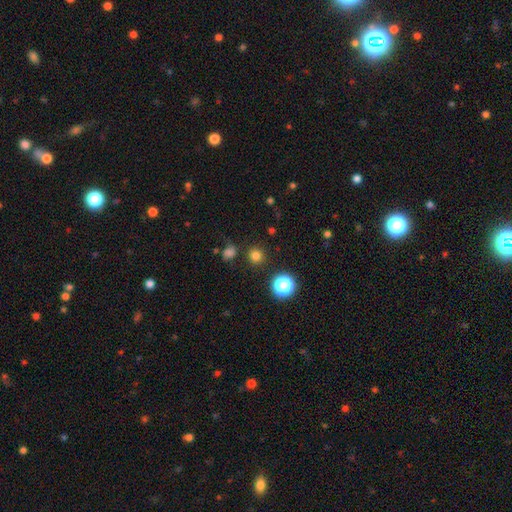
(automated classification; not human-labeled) smooth_or_featured: smooth (p=0.76) [alt: star or artifact p=0.19]
how_rounded: round (p=0.91) [alt: in between p=0.08]
merging: none (p=0.86) [alt: minor disturbance p=0.07]